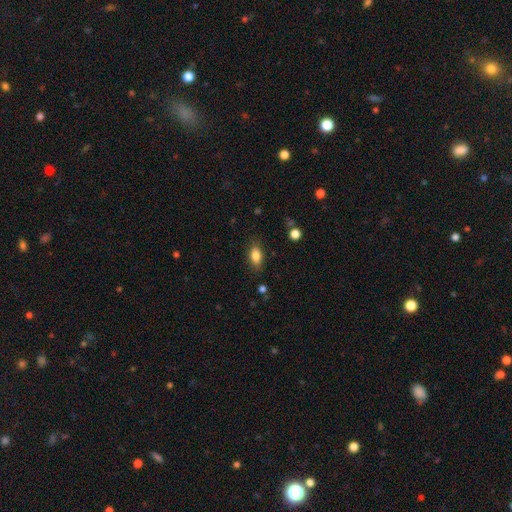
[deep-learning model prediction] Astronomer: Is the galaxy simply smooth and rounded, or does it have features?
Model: smooth — 84%.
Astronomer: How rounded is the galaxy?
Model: in between — 87%.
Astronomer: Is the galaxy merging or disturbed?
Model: none — 83%.